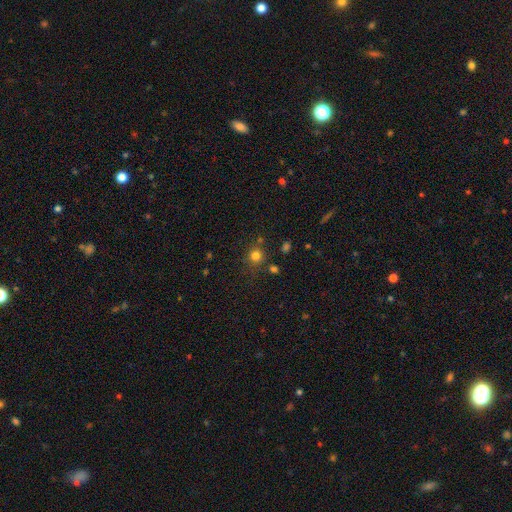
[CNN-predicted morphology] Smooth or featured? Predicted: smooth (p=0.77). How rounded? Predicted: round (p=0.89). Merging? Predicted: none (p=0.77).